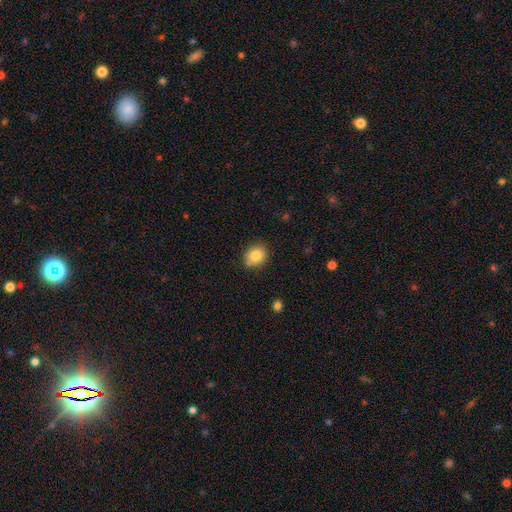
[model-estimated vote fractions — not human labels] smooth 85%, star or artifact 9%, featured or disk 7%. Down the decision tree: how rounded — round (65%); merging — none (79%).